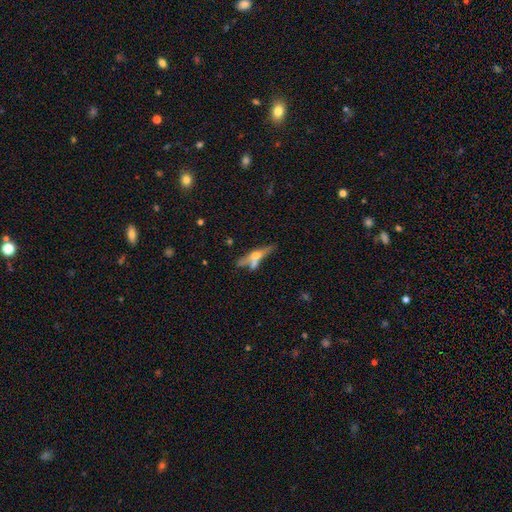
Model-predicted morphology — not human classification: Smooth or featured? Predicted: featured or disk (p=0.57). Edge-on disk? Predicted: yes (p=0.85). Merging? Predicted: none (p=0.49).